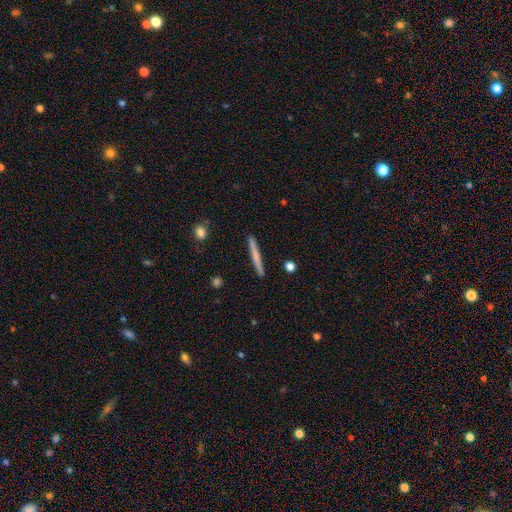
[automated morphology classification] Smooth or featured: smooth — 60% (featured or disk — 35%)
How rounded: cigar-shaped — 96% (in between — 2%)
Merging: none — 91% (minor disturbance — 6%)